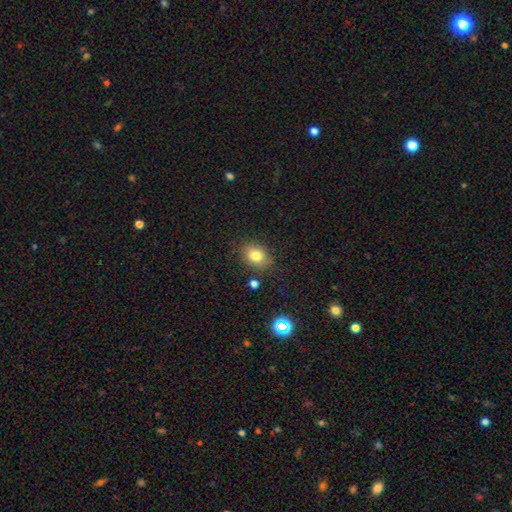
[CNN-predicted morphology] Overall: smooth (79%). How rounded: in between (55%; round 44%). Merging: none (82%).